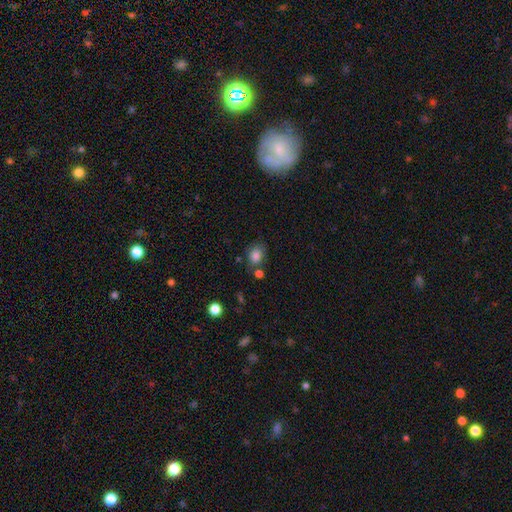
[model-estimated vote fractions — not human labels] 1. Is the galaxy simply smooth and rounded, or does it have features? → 83% smooth, 10% star or artifact, 6% featured or disk.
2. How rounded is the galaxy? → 53% in between, 46% round, 1% cigar-shaped.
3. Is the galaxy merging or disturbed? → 63% none, 20% minor disturbance, 11% merger, 6% major disturbance.